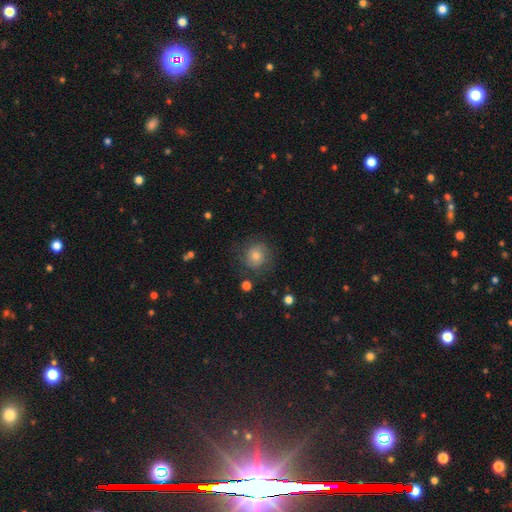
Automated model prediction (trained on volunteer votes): smooth-or-featured: smooth: 54% | featured or disk: 29% | star or artifact: 17%
  how-rounded: round: 89% | in between: 10% | cigar-shaped: 1%
  merging: none: 79% | minor disturbance: 13% | major disturbance: 7% | merger: 2%